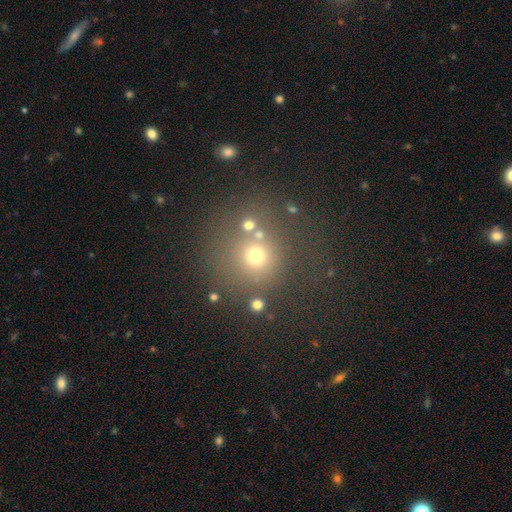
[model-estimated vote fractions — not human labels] This is likely a smooth galaxy (64%). How rounded: clearly round (90%). Merging: likely none (67%).